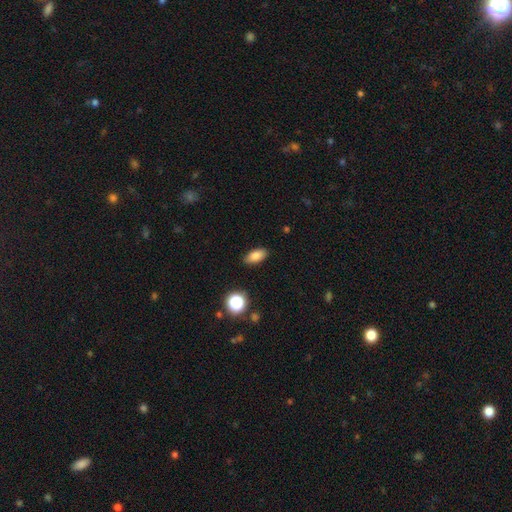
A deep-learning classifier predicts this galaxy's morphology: type=smooth (83%); roundness=in between (87%); merging=none (88%).